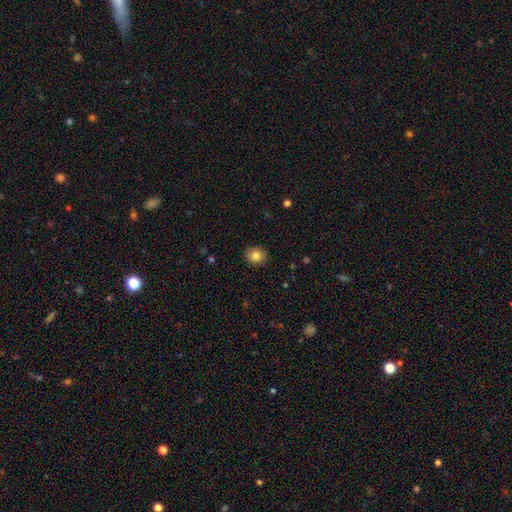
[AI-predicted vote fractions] smooth-or-featured: smooth: 82% | star or artifact: 10% | featured or disk: 8%
  how-rounded: round: 78% | in between: 21% | cigar-shaped: 1%
  merging: none: 91% | minor disturbance: 7% | major disturbance: 2% | merger: 1%